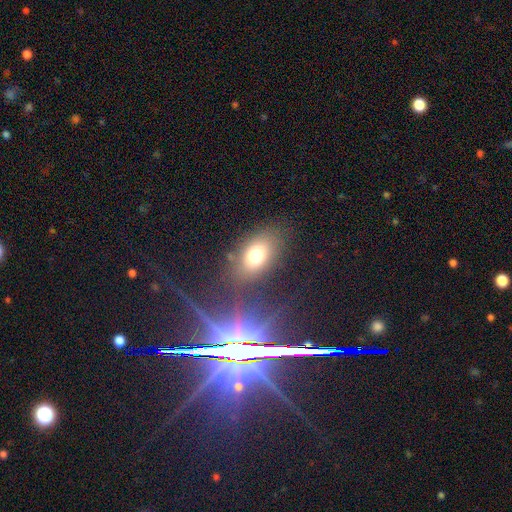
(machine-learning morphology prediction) Smooth or featured? smooth (73%)
How rounded? in between (79%)
Merging? none (75%)